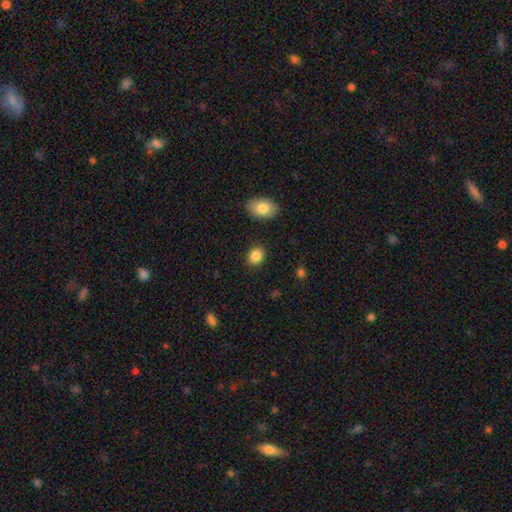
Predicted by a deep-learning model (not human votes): Q: Smooth or featured?
A: smooth (86%); runner-up: star or artifact (9%)
Q: How rounded?
A: in between (54%); runner-up: round (45%)
Q: Merging?
A: none (87%); runner-up: minor disturbance (8%)